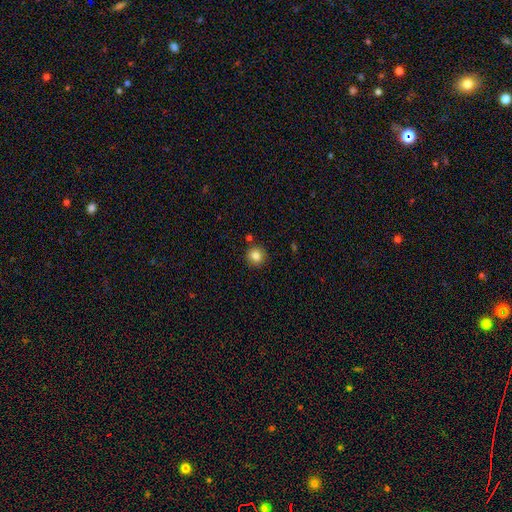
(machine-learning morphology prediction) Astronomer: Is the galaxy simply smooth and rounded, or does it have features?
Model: smooth — 83%.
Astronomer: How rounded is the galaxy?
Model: round — 92%.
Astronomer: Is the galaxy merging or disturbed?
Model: none — 86%.